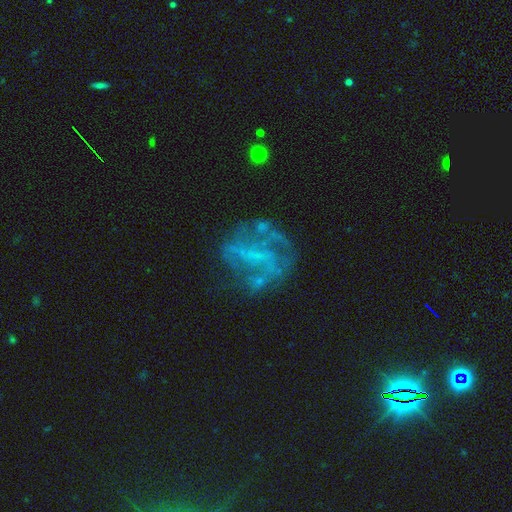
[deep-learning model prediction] Smooth or featured? featured or disk (64%)
Edge-on disk? no (97%)
Bar? no (50%)
Spiral arms? yes (52%)
Bulge size? none (70%)
Merging? none (51%)